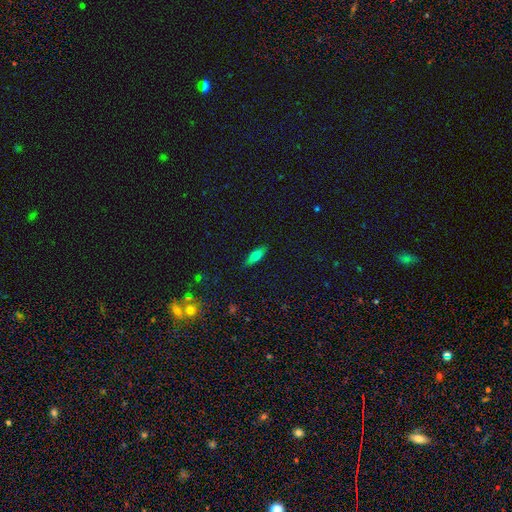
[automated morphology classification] Smooth or featured? smooth (66%)
How rounded? in between (59%)
Merging? none (87%)